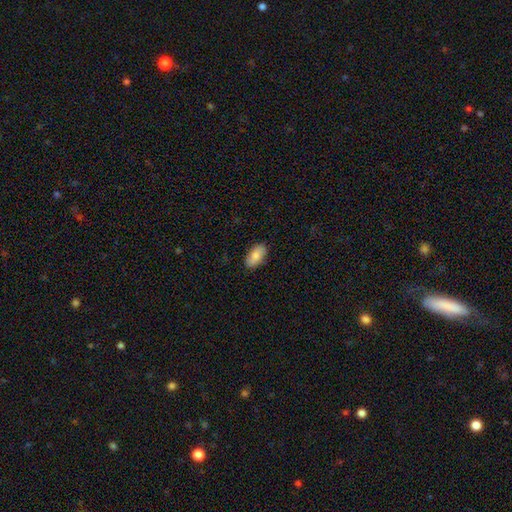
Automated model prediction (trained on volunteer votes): smooth-or-featured: smooth: 82% | featured or disk: 11% | star or artifact: 6%
  how-rounded: in between: 94% | round: 3% | cigar-shaped: 3%
  merging: none: 87% | minor disturbance: 10% | major disturbance: 2% | merger: 1%